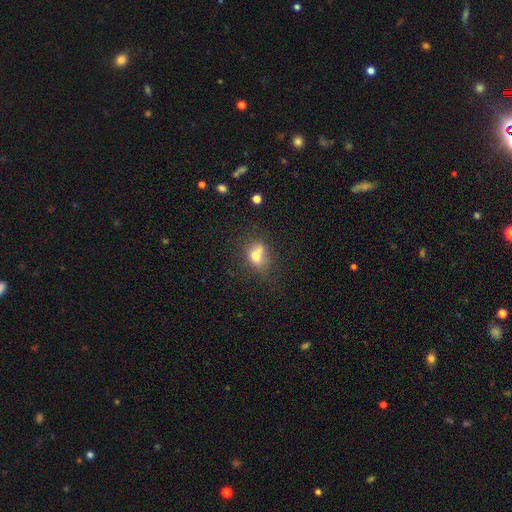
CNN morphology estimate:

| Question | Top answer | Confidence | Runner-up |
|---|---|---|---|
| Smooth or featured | smooth | 67% | featured or disk (20%) |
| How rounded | round | 51% | in between (47%) |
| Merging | none | 37% | merger (36%) |